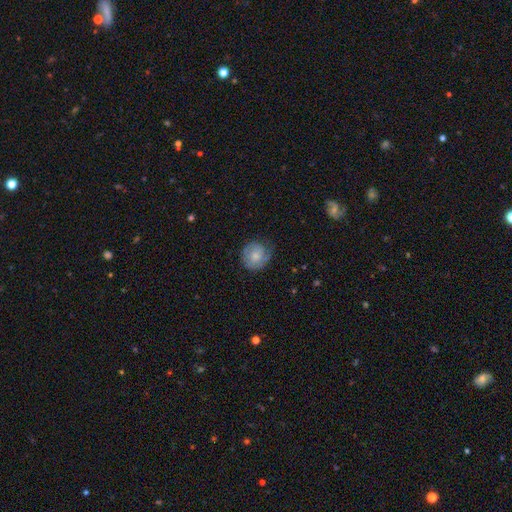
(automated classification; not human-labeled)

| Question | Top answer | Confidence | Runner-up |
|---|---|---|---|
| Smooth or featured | smooth | 57% | featured or disk (36%) |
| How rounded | round | 83% | in between (16%) |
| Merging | none | 63% | minor disturbance (26%) |